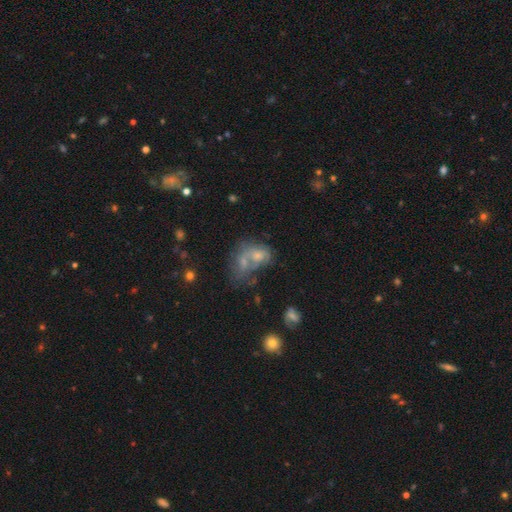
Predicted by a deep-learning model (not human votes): The model was most divided on "smooth or featured": smooth: 51%, featured or disk: 35%, star or artifact: 14%. More confident: how rounded — in between (73%); merging — merger (60%).